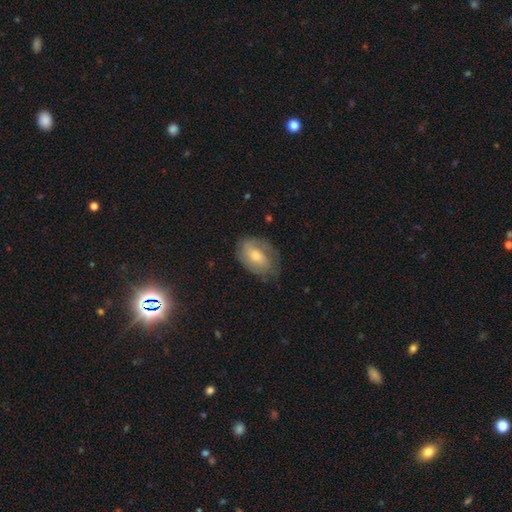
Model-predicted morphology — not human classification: Smooth or featured?
  - featured or disk: 57% *
  - smooth: 34%
  - star or artifact: 9%
Edge-on disk?
  - no: 94% *
  - yes: 6%
Bar?
  - no: 49% *
  - weak: 38%
  - strong: 12%
Spiral arms?
  - yes: 81% *
  - no: 19%
Bulge size?
  - moderate: 59% *
  - small: 33%
  - large: 5%
  - none: 2%
  - dominant: 1%
Merging?
  - none: 69% *
  - minor disturbance: 22%
  - major disturbance: 8%
  - merger: 1%